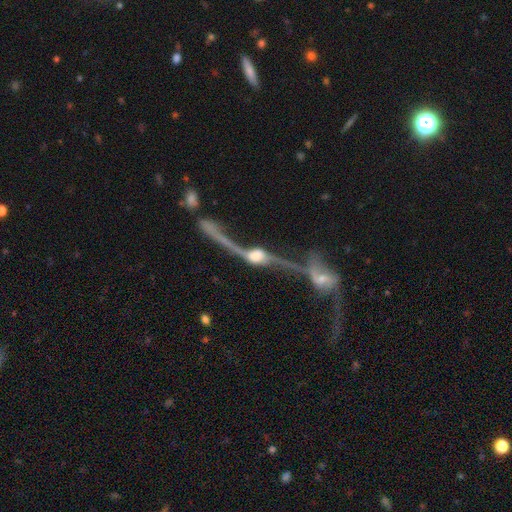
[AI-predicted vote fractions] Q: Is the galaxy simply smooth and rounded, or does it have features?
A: featured or disk — 83%.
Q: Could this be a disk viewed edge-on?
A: yes — 68%.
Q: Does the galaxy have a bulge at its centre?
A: rounded — 90%.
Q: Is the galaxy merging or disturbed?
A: merger — 37%.